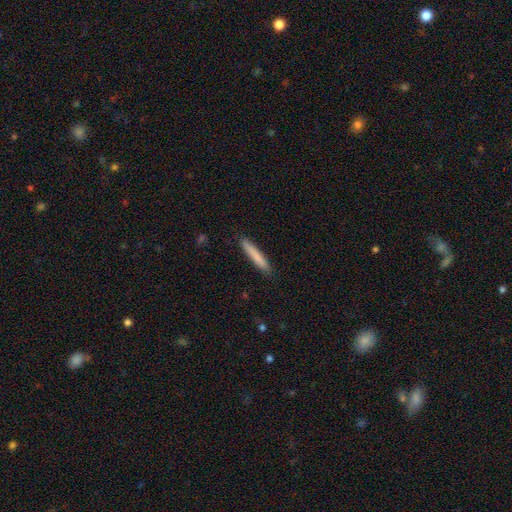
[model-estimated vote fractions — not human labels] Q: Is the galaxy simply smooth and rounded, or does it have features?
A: smooth — 81%.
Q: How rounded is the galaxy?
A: cigar-shaped — 94%.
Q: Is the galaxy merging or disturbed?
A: none — 90%.